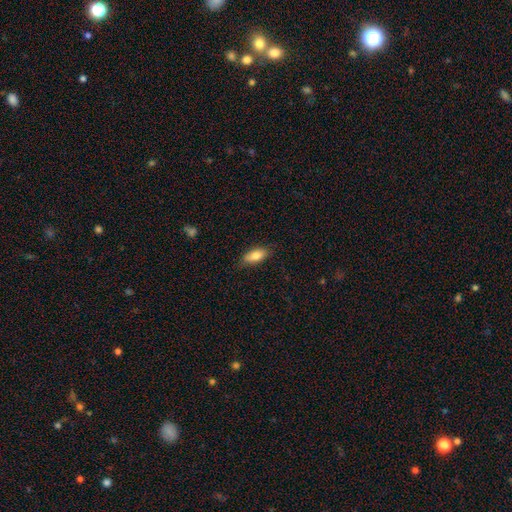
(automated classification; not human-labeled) smooth 80%, featured or disk 13%, star or artifact 7%. Down the decision tree: how rounded — in between (80%); merging — none (81%).